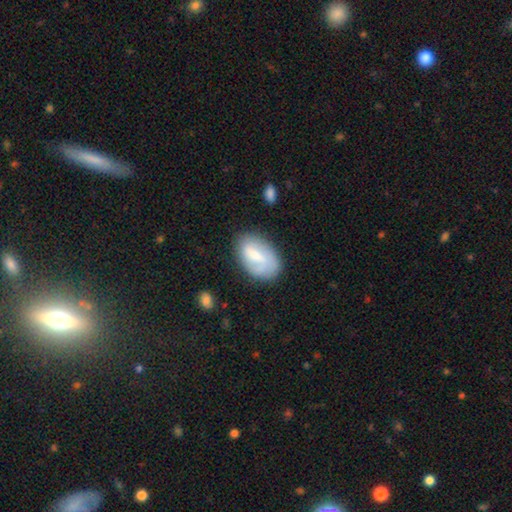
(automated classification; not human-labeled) A smooth galaxy with no disk features (55%) that is in between round and cigar-shaped (91%). Merging: none (70%).